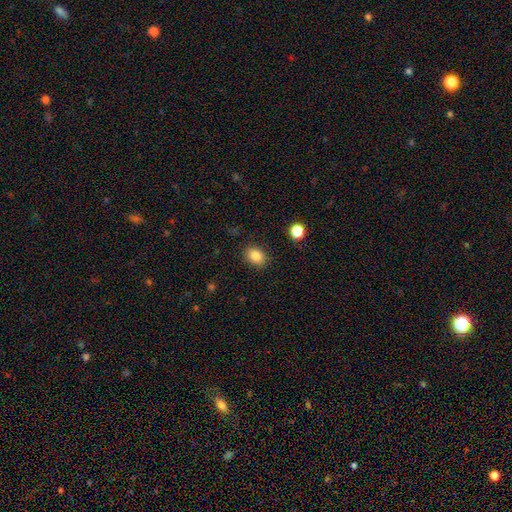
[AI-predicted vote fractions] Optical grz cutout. It shows a smooth galaxy with no disk features (84%) that is in between round and cigar-shaped (60%). Merging: none (87%).